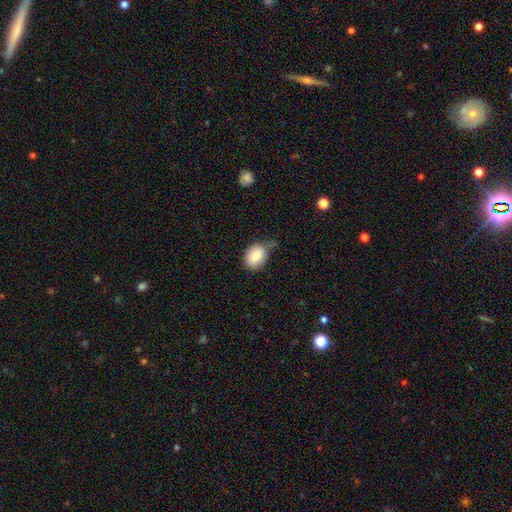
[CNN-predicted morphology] smooth-or-featured: smooth: 81% | featured or disk: 11% | star or artifact: 8%
  how-rounded: in between: 60% | round: 39% | cigar-shaped: 1%
  merging: none: 58% | minor disturbance: 30% | major disturbance: 7% | merger: 5%